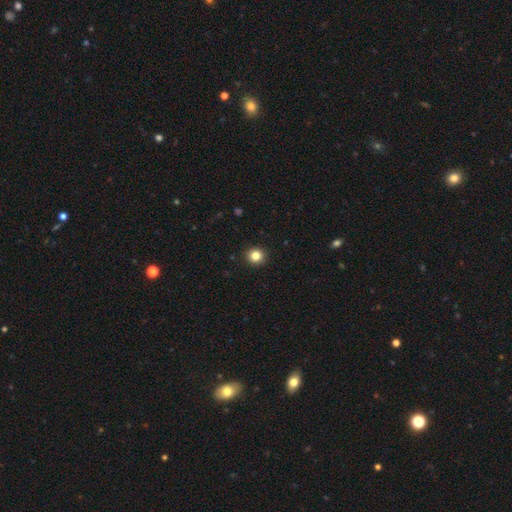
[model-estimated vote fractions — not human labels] Overall: smooth (83%). How rounded: round (92%). Merging: none (93%).